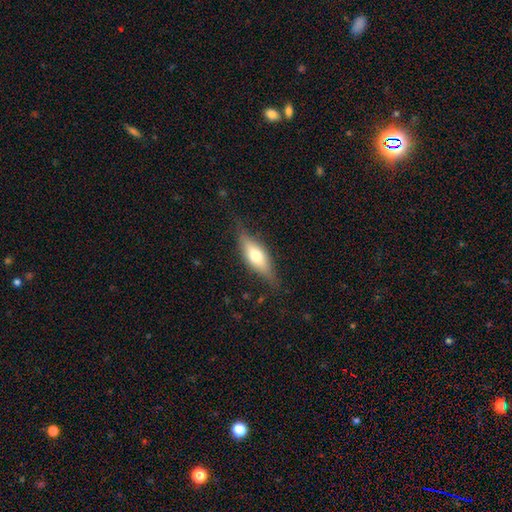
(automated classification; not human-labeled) Smooth or featured?
  - smooth: 51% *
  - featured or disk: 43%
  - star or artifact: 7%
How rounded?
  - in between: 58% *
  - cigar-shaped: 39%
  - round: 3%
Merging?
  - none: 76% *
  - minor disturbance: 17%
  - major disturbance: 5%
  - merger: 1%